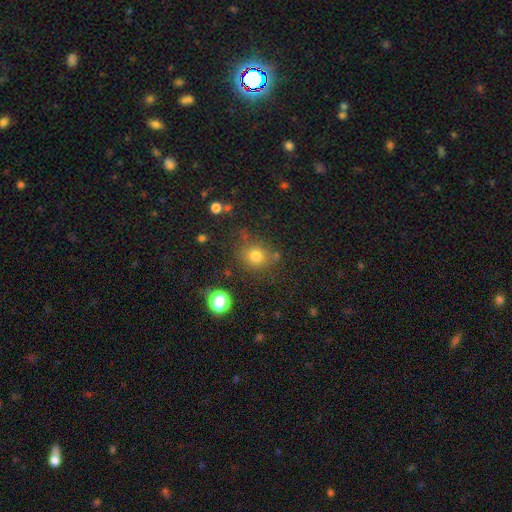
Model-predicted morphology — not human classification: smooth-or-featured: smooth: 75% | star or artifact: 17% | featured or disk: 8%
  how-rounded: round: 84% | in between: 15% | cigar-shaped: 1%
  merging: none: 76% | minor disturbance: 13% | merger: 6% | major disturbance: 5%